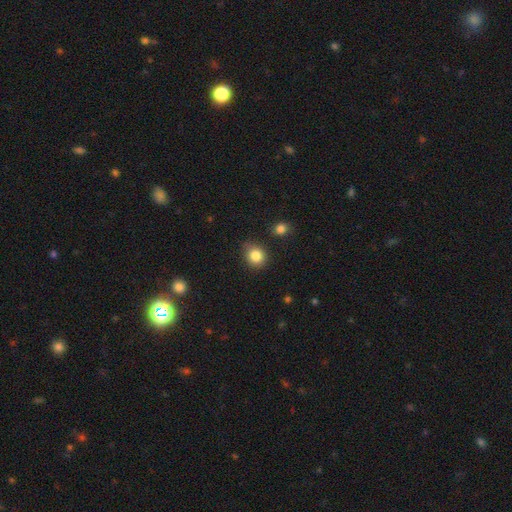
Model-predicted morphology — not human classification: Smooth or featured? smooth (84%)
How rounded? round (75%)
Merging? none (77%)